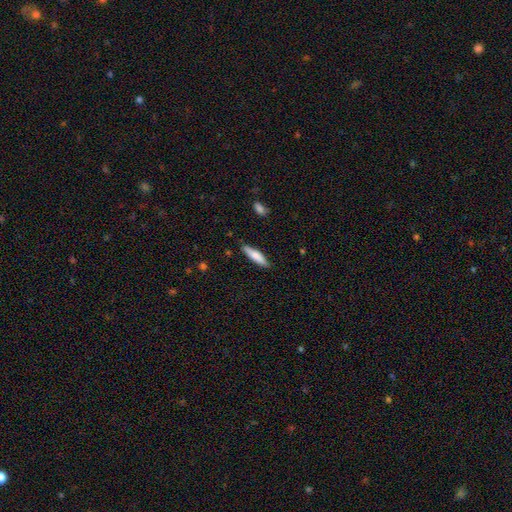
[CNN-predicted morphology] smooth 74%, featured or disk 21%, star or artifact 6%. Down the decision tree: how rounded — cigar-shaped (76%); merging — none (86%).